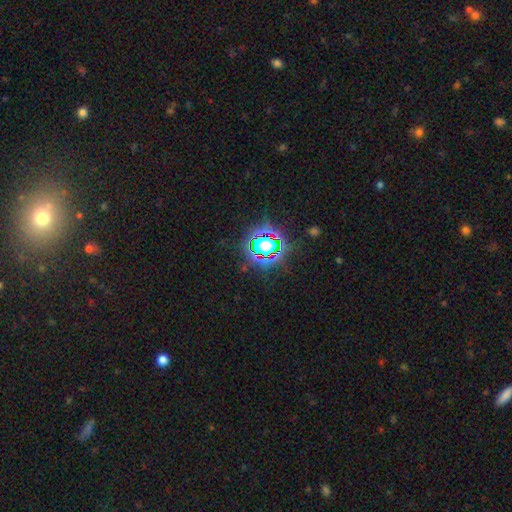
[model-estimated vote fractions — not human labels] This is clearly a star or artifact rather than a galaxy (80%).